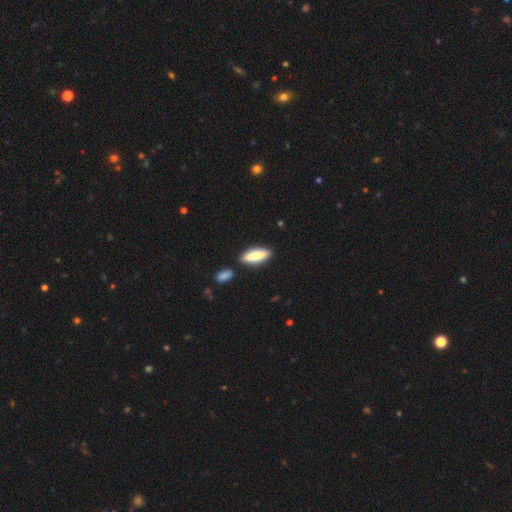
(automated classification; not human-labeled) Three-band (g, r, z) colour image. It shows a smooth galaxy with no disk features (75%) that is in between round and cigar-shaped (61%). Merging: none (83%).